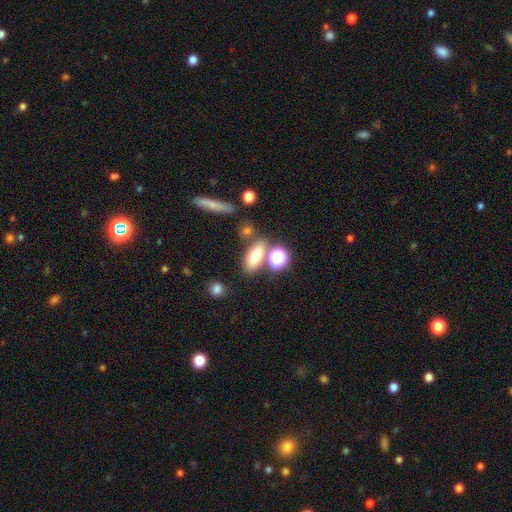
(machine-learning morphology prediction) The model was most divided on "merging": none: 65%, merger: 18%, minor disturbance: 12%, major disturbance: 5%. More confident: smooth or featured — smooth (69%); how rounded — in between (68%).